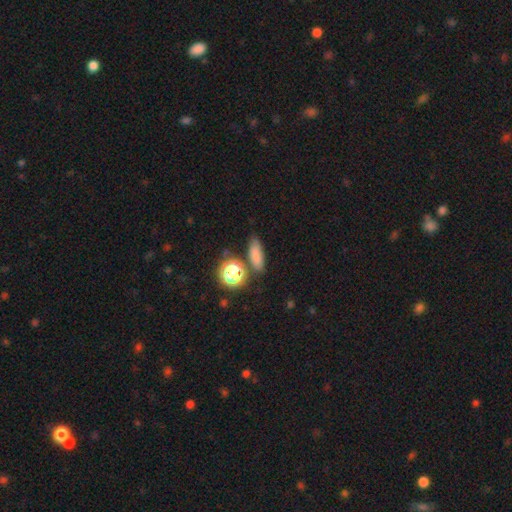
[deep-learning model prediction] Smooth or featured? smooth (75%)
How rounded? in between (56%)
Merging? none (76%)